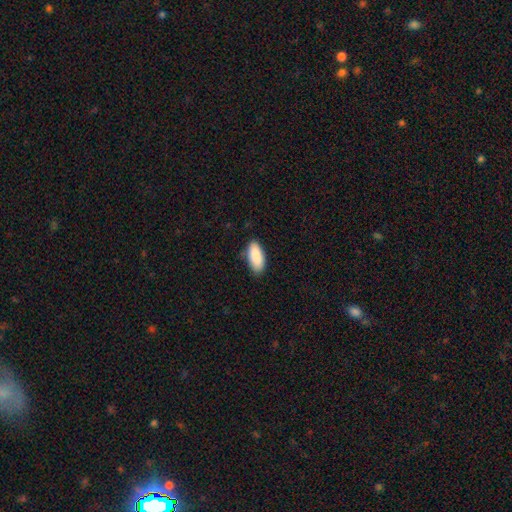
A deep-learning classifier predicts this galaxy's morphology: Smooth or featured? smooth (90%)
How rounded? in between (89%)
Merging? none (81%)